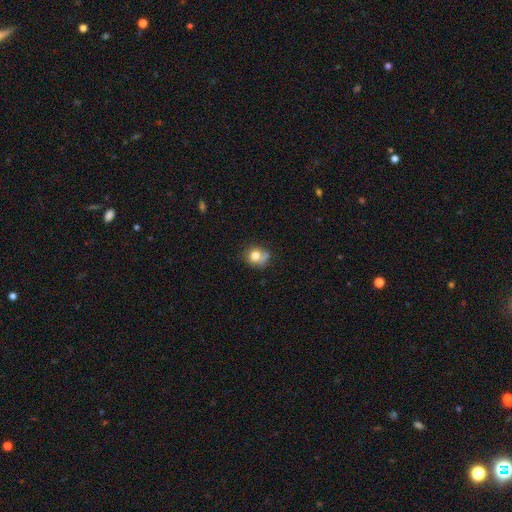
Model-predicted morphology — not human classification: Smooth or featured?
  - smooth: 76% *
  - featured or disk: 13%
  - star or artifact: 11%
How rounded?
  - round: 68% *
  - in between: 31%
  - cigar-shaped: 1%
Merging?
  - none: 51% *
  - minor disturbance: 28%
  - major disturbance: 11%
  - merger: 10%